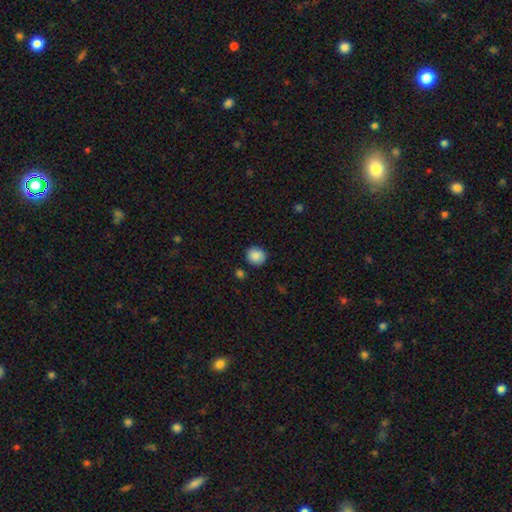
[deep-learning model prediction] smooth_or_featured: smooth (p=0.88) [alt: star or artifact p=0.09]
how_rounded: round (p=0.82) [alt: in between p=0.17]
merging: none (p=0.85) [alt: minor disturbance p=0.10]